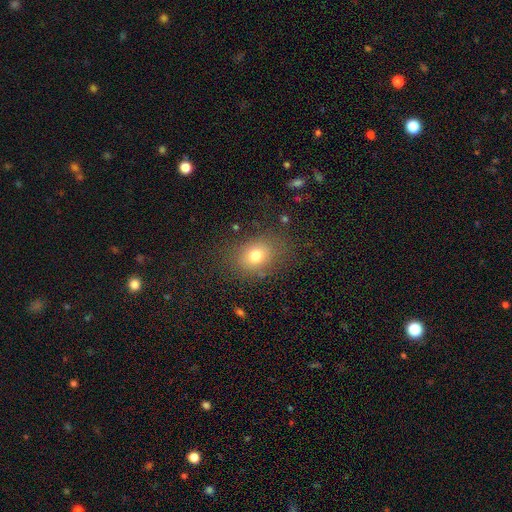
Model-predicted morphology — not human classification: Overall: smooth (75%). How rounded: in between (59%; round 40%). Merging: none (77%).